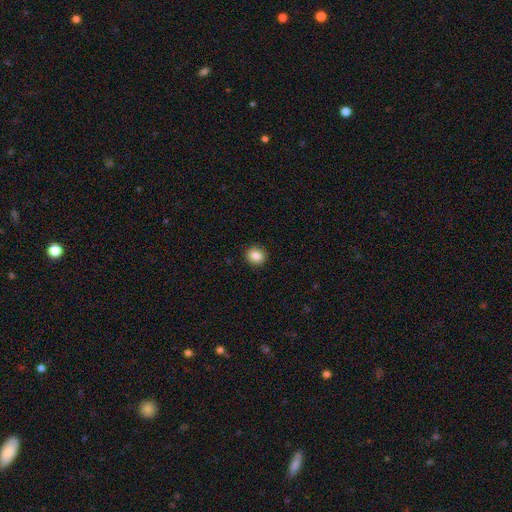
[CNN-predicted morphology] Q: Smooth or featured?
A: smooth (86%); runner-up: star or artifact (9%)
Q: How rounded?
A: round (76%); runner-up: in between (23%)
Q: Merging?
A: none (90%); runner-up: minor disturbance (7%)